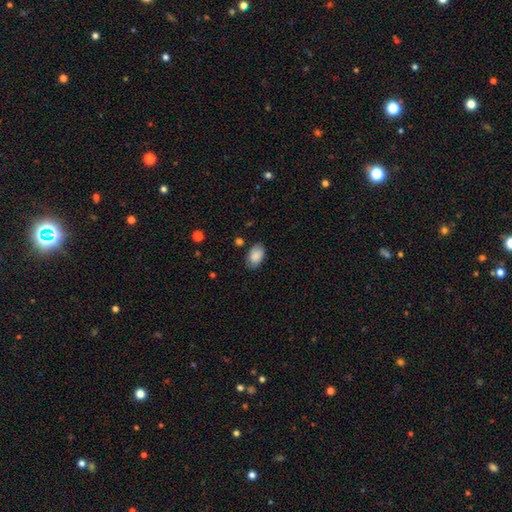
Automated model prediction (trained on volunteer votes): Smooth or featured? smooth (86%)
How rounded? in between (91%)
Merging? none (76%)